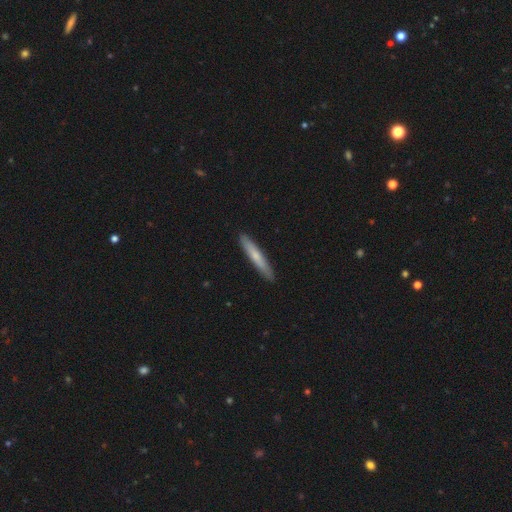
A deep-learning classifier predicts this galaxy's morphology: type=smooth (65%); roundness=cigar-shaped (94%); merging=none (91%).